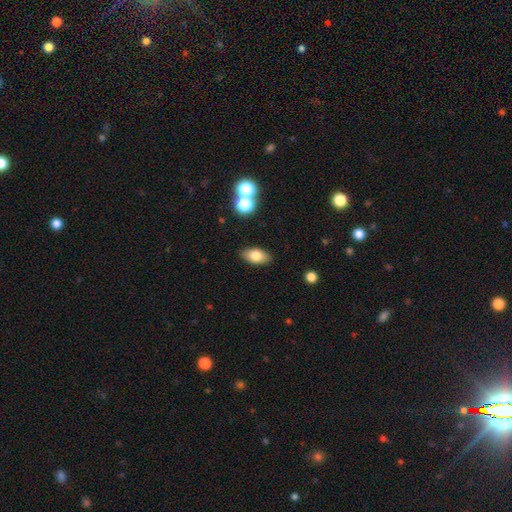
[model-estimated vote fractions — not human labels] Morphology: type=smooth (79%); roundness=in between (91%); merging=none (86%).